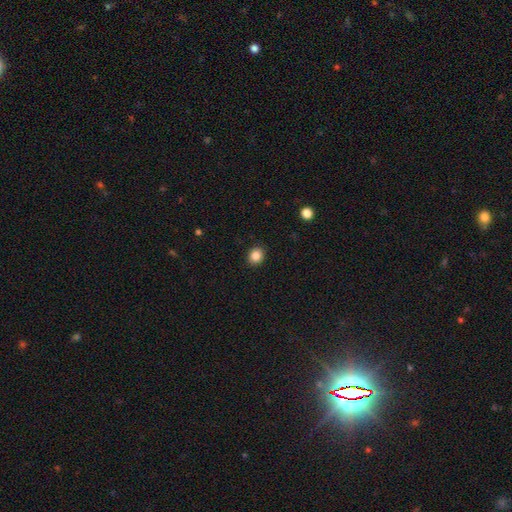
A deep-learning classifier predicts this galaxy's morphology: Smooth or featured?
  - smooth: 85% *
  - star or artifact: 10%
  - featured or disk: 4%
How rounded?
  - round: 64% *
  - in between: 35%
  - cigar-shaped: 1%
Merging?
  - none: 91% *
  - minor disturbance: 7%
  - major disturbance: 2%
  - merger: 1%